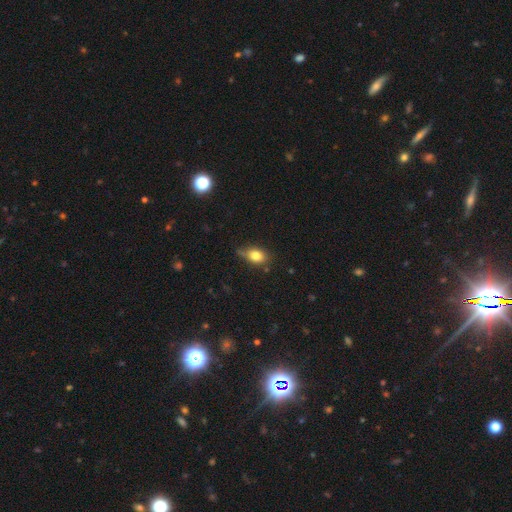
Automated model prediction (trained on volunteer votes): This appears to be a smooth galaxy with no disk features (81%) that is in between round and cigar-shaped (74%). Merging: none (62%).